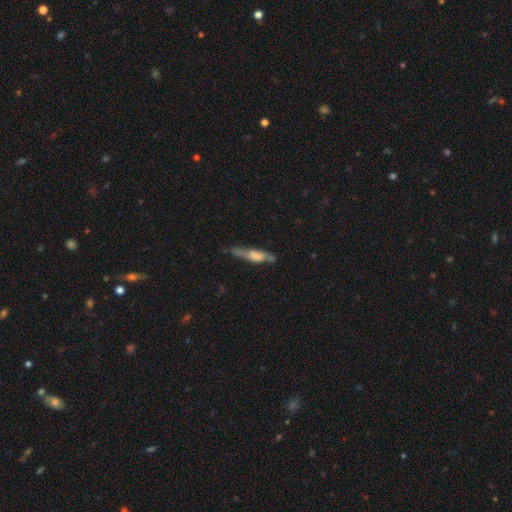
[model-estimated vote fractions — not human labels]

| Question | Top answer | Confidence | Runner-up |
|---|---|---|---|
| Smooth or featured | smooth | 48% | featured or disk (45%) |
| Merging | none | 60% | minor disturbance (27%) |